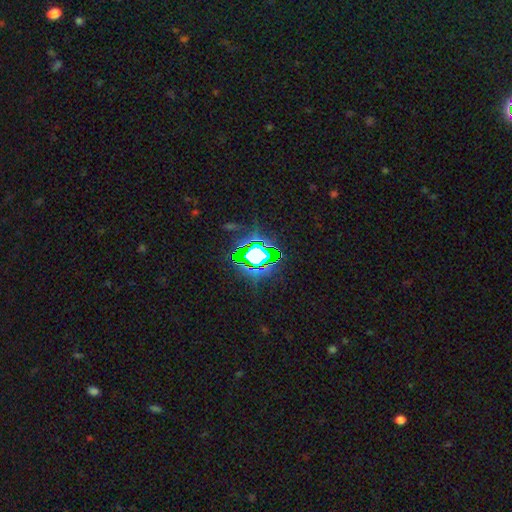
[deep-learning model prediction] A star or artifact, not a galaxy (68%).